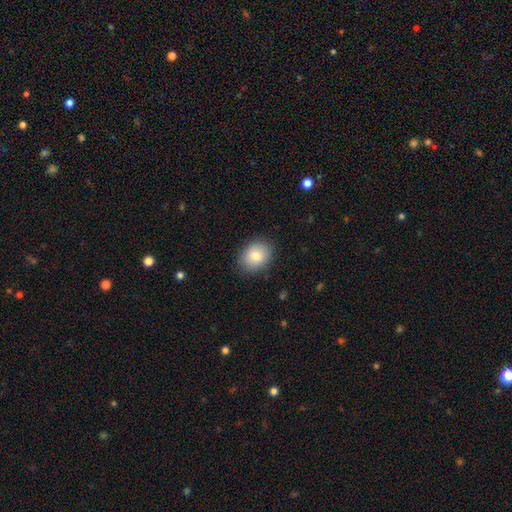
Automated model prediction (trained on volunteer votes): smooth-or-featured: smooth: 82% | featured or disk: 10% | star or artifact: 8%
  how-rounded: in between: 56% | round: 44% | cigar-shaped: 1%
  merging: none: 87% | minor disturbance: 10% | major disturbance: 2% | merger: 1%